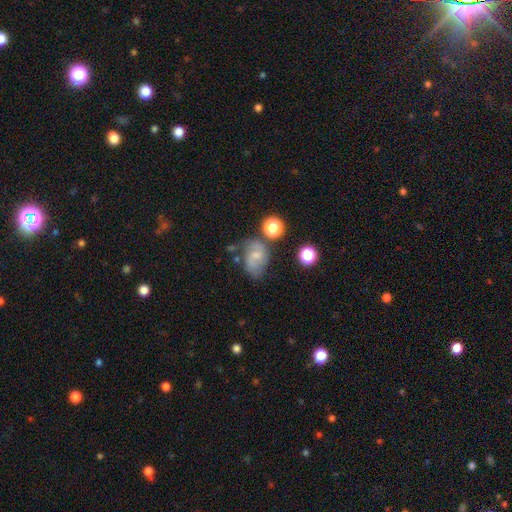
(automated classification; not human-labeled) A smooth galaxy with no disk features (48%). Merging: none (46%).